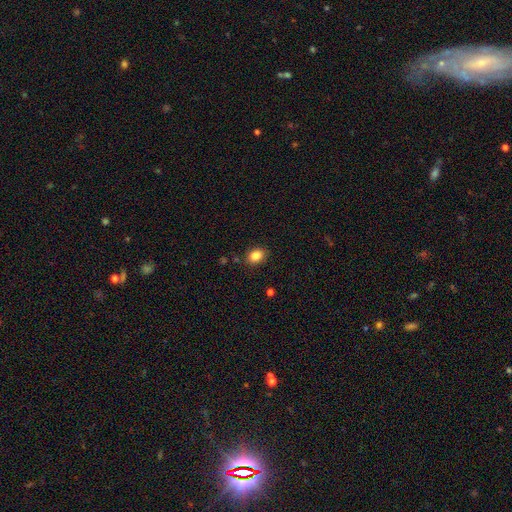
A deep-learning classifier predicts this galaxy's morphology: type=smooth (87%); roundness=in between (71%); merging=none (86%).